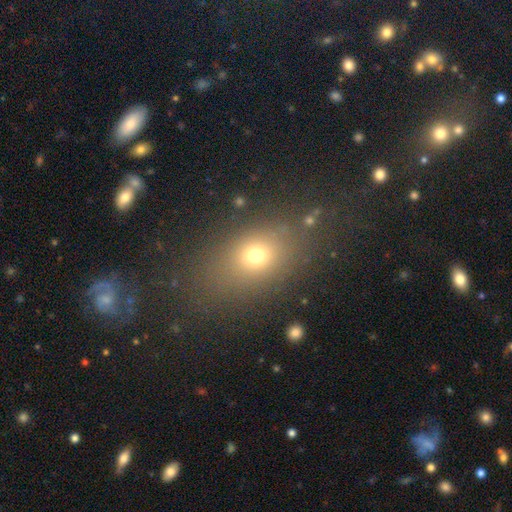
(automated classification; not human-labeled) Q: Smooth or featured?
A: smooth (71%); runner-up: star or artifact (17%)
Q: How rounded?
A: in between (68%); runner-up: round (29%)
Q: Merging?
A: none (78%); runner-up: minor disturbance (12%)